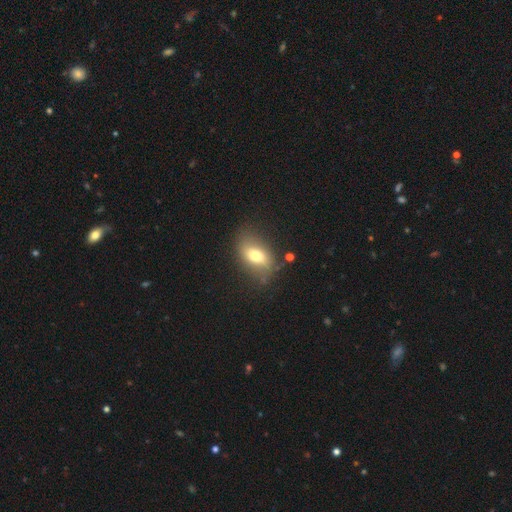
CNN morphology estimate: A smooth galaxy with no disk features (66%) that is in between round and cigar-shaped (82%). Merging: none (73%).